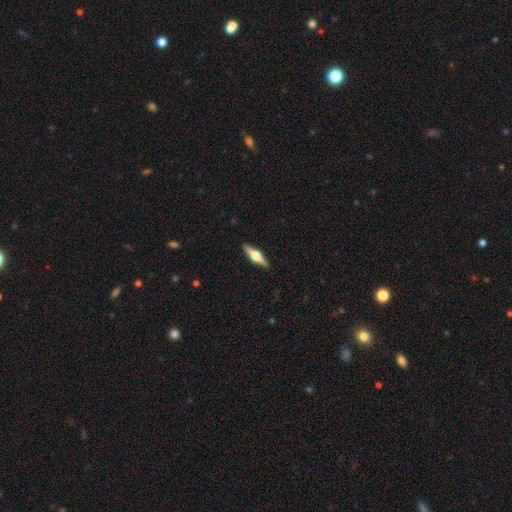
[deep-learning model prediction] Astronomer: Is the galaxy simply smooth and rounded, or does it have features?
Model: featured or disk — 64%.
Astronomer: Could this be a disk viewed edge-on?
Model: yes — 97%.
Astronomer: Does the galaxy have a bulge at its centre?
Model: rounded — 93%.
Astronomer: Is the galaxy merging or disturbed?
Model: none — 90%.